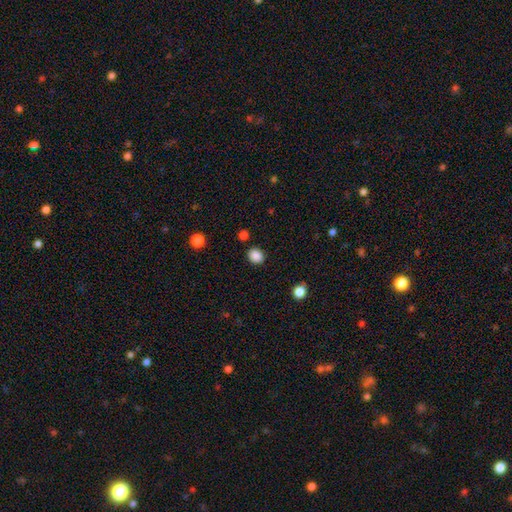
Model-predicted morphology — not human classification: The model was most divided on "how rounded": round: 66%, in between: 33%, cigar-shaped: 1%. More confident: merging — none (88%); smooth or featured — smooth (87%).